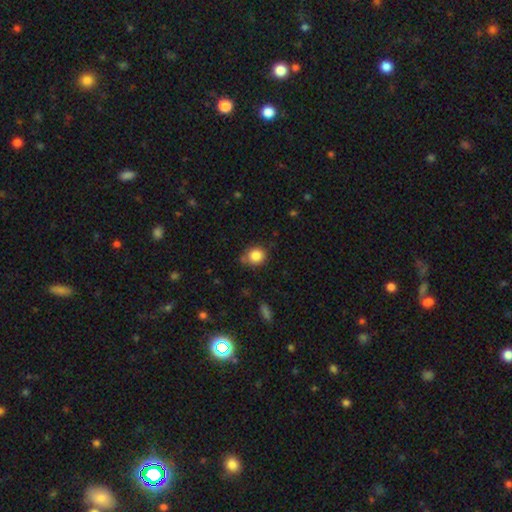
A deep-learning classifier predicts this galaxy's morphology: A smooth galaxy with no disk features (84%) that is round (75%).

Vote fractions:
- Smooth or featured? smooth: 84% / star or artifact: 10% / featured or disk: 6%
- How rounded? round: 75% / in between: 24% / cigar-shaped: 1%
- Merging? none: 70% / minor disturbance: 20% / merger: 5% / major disturbance: 4%